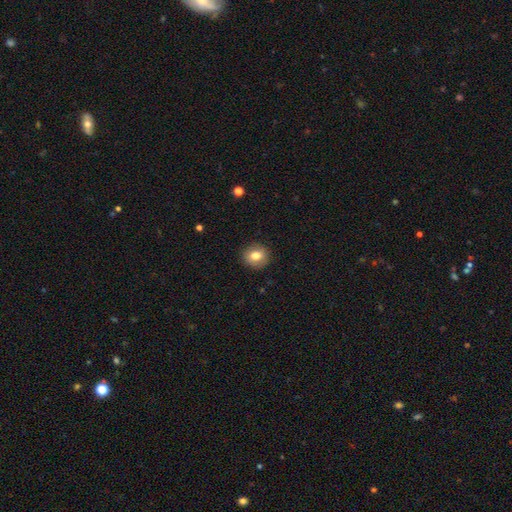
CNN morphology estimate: Smooth or featured? Predicted: smooth (p=0.78). How rounded? Predicted: round (p=0.82). Merging? Predicted: none (p=0.90).